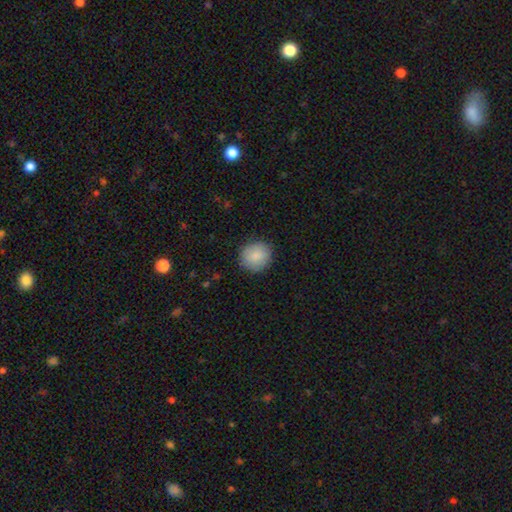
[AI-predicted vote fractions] A smooth galaxy with no disk features (87%) that is round (87%). Merging: none (87%).